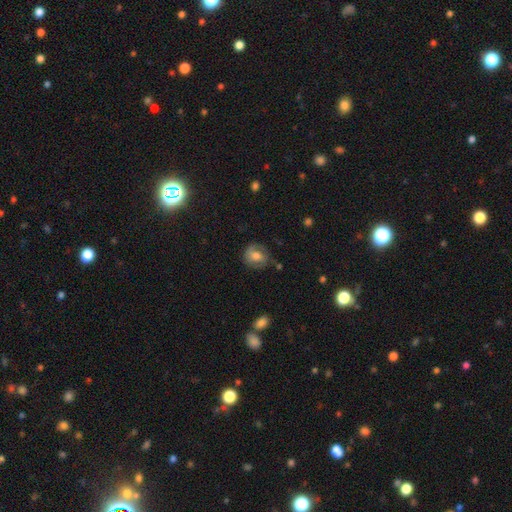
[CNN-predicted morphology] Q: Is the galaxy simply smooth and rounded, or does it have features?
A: smooth — 53%.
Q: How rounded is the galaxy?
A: round — 67%.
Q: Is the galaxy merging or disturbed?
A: none — 63%.